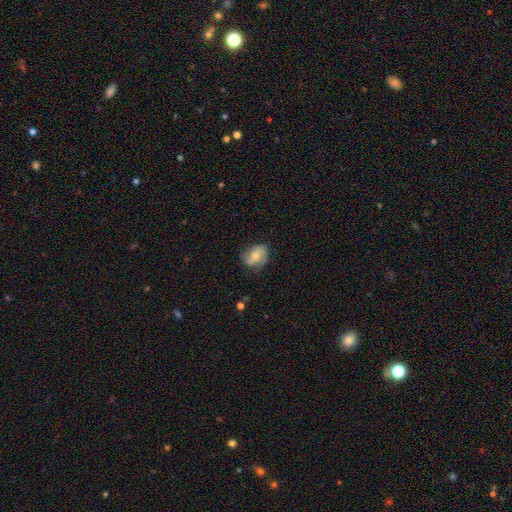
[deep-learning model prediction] A smooth galaxy with no disk features (53%) that is in between round and cigar-shaped (61%). Merging: none (59%).